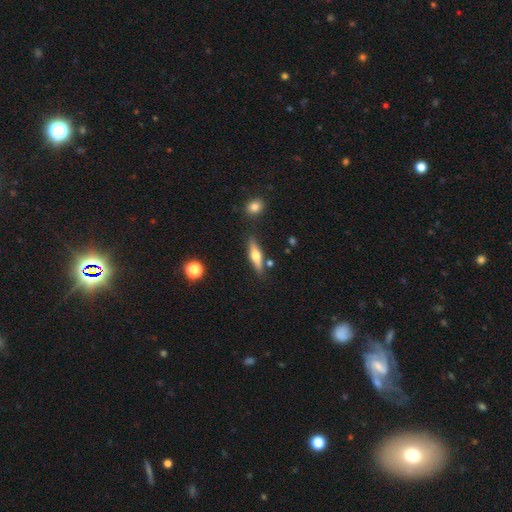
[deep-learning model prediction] Smooth or featured? featured or disk (53%)
Edge-on disk? yes (92%)
Merging? none (81%)